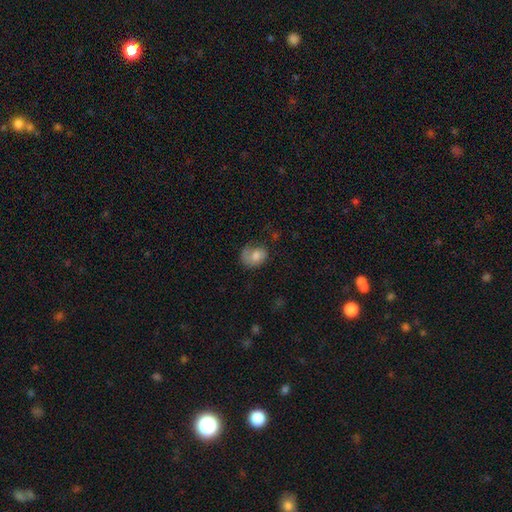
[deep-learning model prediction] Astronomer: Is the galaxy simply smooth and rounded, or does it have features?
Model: smooth — 63%.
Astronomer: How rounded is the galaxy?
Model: in between — 58% (runner-up: round, 41%).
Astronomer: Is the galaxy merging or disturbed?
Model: none — 43% (runner-up: minor disturbance, 27%).